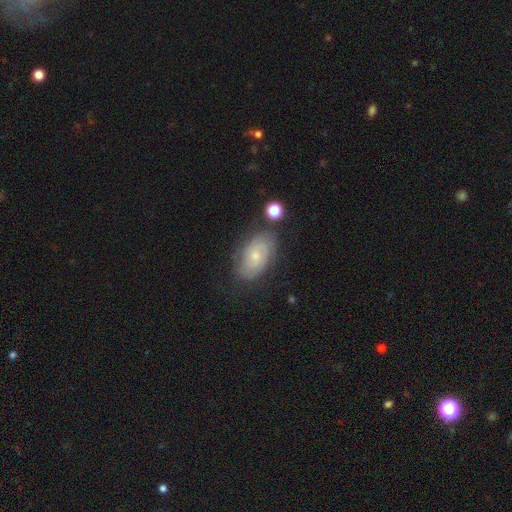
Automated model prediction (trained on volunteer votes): This is likely a featured or disk galaxy (65%). It is clearly not viewed edge-on (95%). Bar: likely no (71%). Spiral arm pattern: clearly yes (87%). Spiral arm count: marginally 2 (43%). Spiral winding: likely tight (63%). Central bulge: likely small (63%). Merging: likely none (71%).